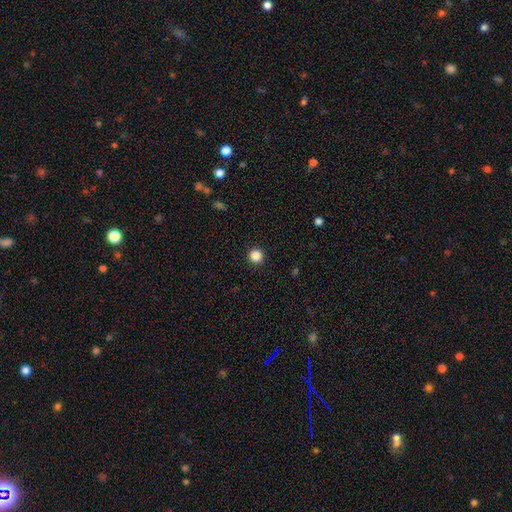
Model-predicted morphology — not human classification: Smooth or featured? Predicted: smooth (p=0.86). How rounded? Predicted: round (p=0.95). Merging? Predicted: none (p=0.93).